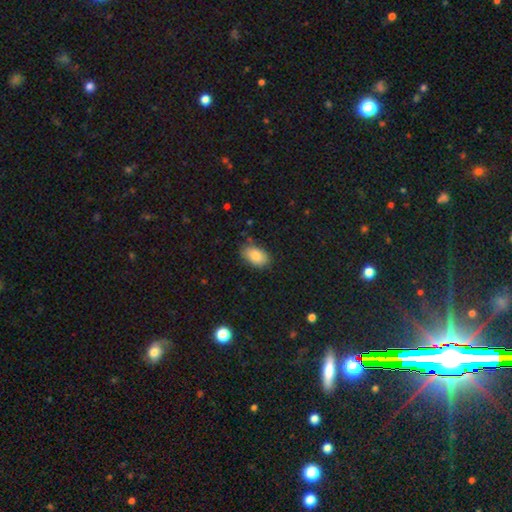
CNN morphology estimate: Q: Smooth or featured?
A: smooth (87%); runner-up: star or artifact (7%)
Q: How rounded?
A: in between (92%); runner-up: round (7%)
Q: Merging?
A: none (78%); runner-up: minor disturbance (17%)